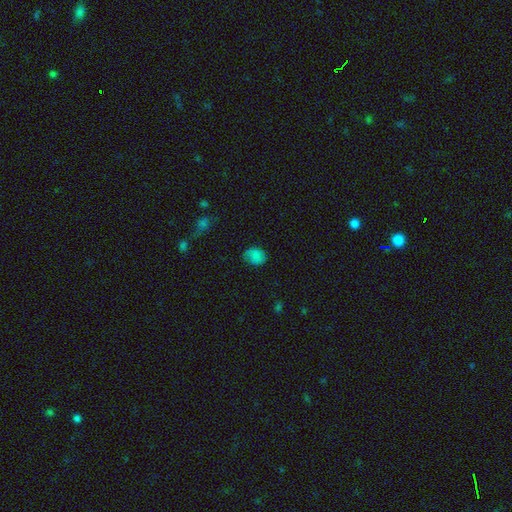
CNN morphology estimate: This is likely a smooth galaxy (75%). How rounded: possibly in between (51%). Merging: likely none (64%).